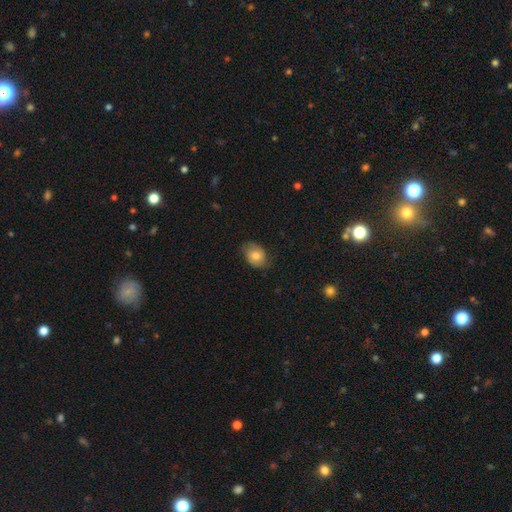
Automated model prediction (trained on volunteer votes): Smooth or featured? smooth (69%)
How rounded? in between (64%)
Merging? none (70%)